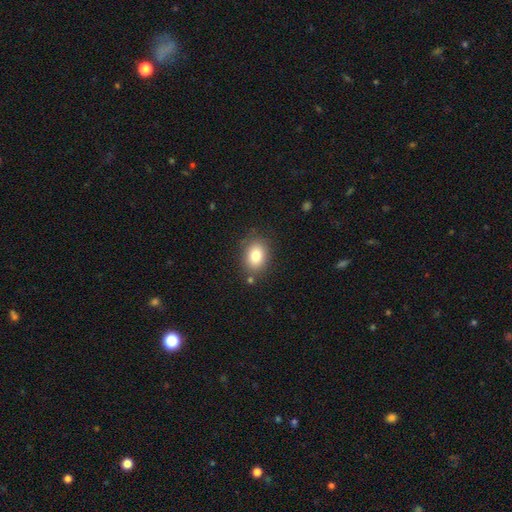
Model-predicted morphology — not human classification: Smooth or featured? smooth (82%)
How rounded? in between (69%)
Merging? none (79%)